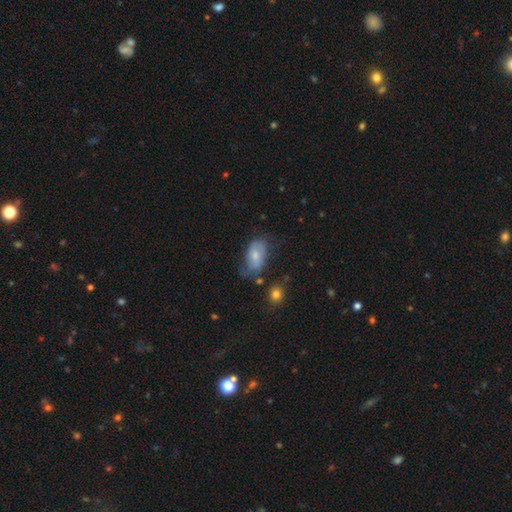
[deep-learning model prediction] This appears to be a smooth galaxy with no disk features (57%) that is in between round and cigar-shaped (90%). Merging: none (44%).